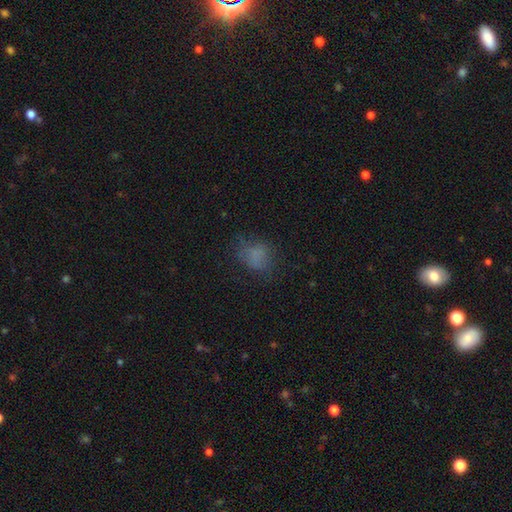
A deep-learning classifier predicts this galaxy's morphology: Smooth or featured? Predicted: smooth (p=0.69). How rounded? Predicted: round (p=0.53). Merging? Predicted: none (p=0.60).